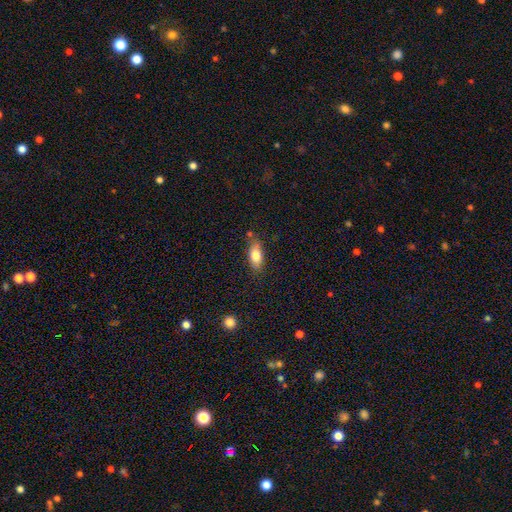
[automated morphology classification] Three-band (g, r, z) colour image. It shows a smooth galaxy with no disk features (79%) that is in between round and cigar-shaped (82%). Merging: none (72%).